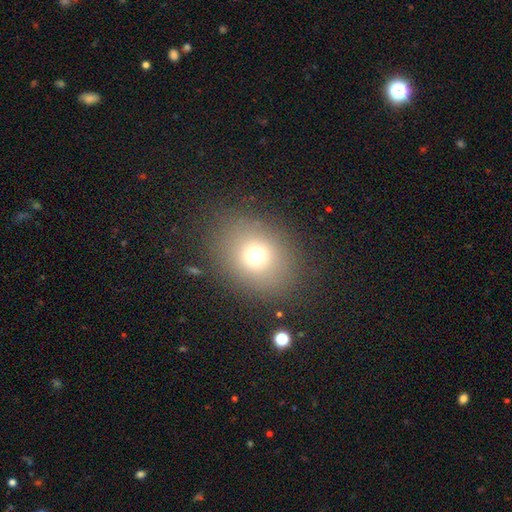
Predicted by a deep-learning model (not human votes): Overall: smooth (71%). How rounded: round (54%; in between 45%). Merging: none (82%).